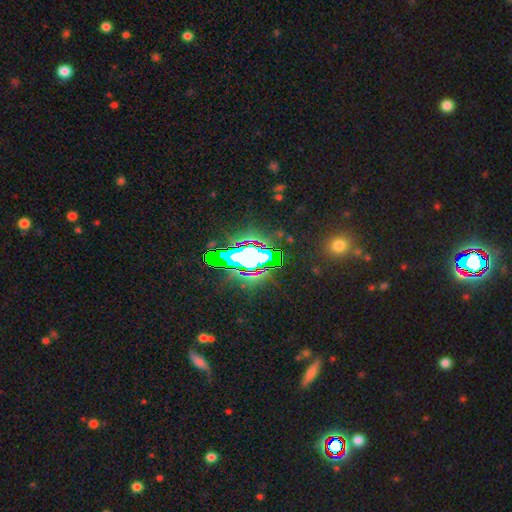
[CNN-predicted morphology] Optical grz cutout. It shows a star or artifact, not a galaxy (66%).